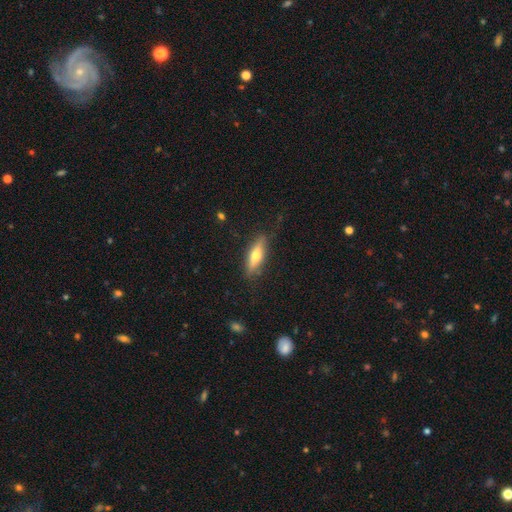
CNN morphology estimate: Smooth or featured?
  - smooth: 53% *
  - featured or disk: 41%
  - star or artifact: 6%
How rounded?
  - cigar-shaped: 58% *
  - in between: 40%
  - round: 2%
Merging?
  - none: 81% *
  - minor disturbance: 14%
  - major disturbance: 4%
  - merger: 1%